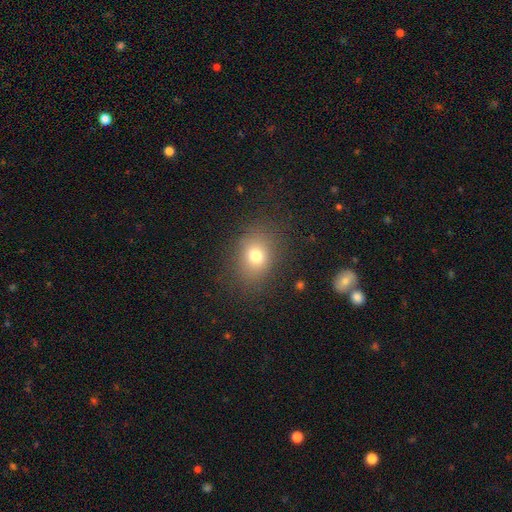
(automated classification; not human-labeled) Overall: smooth (74%). How rounded: in between (53%; round 46%). Merging: none (81%).